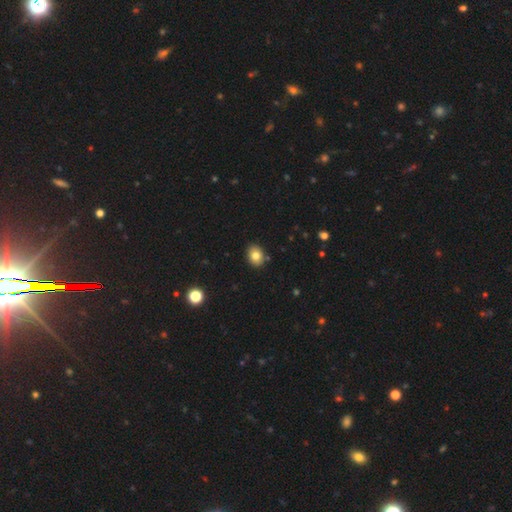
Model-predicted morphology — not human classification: Q: Smooth or featured?
A: smooth (80%); runner-up: featured or disk (10%)
Q: How rounded?
A: in between (62%); runner-up: round (37%)
Q: Merging?
A: none (86%); runner-up: minor disturbance (9%)